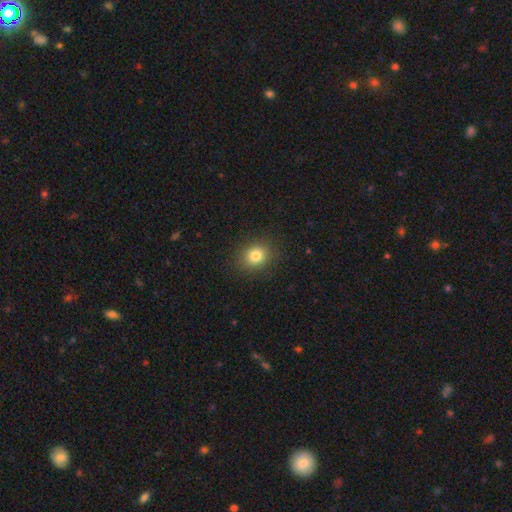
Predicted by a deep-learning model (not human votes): smooth-or-featured: smooth: 82% | star or artifact: 12% | featured or disk: 6%
  how-rounded: round: 71% | in between: 28% | cigar-shaped: 1%
  merging: none: 89% | minor disturbance: 7% | major disturbance: 3% | merger: 1%